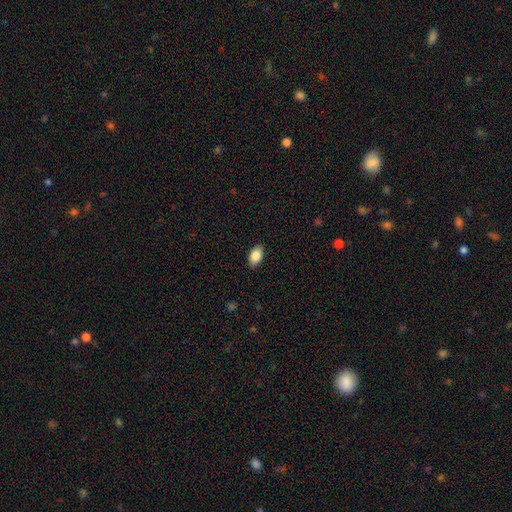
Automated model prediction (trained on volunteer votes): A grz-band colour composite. It shows a smooth galaxy with no disk features (87%) that is in between round and cigar-shaped (91%). Merging: none (87%).